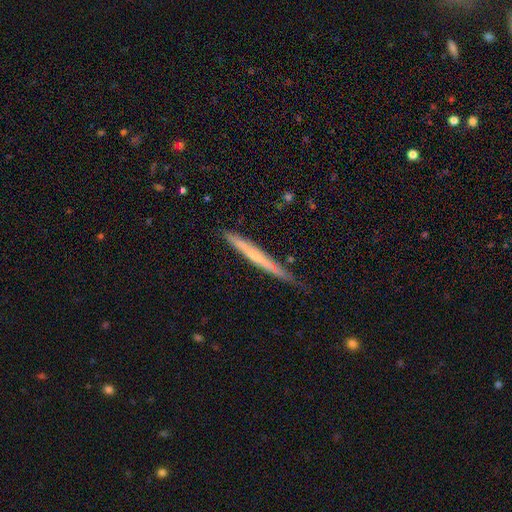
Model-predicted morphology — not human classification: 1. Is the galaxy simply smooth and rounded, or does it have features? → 58% featured or disk, 35% smooth, 7% star or artifact.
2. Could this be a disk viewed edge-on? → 97% yes, 3% no.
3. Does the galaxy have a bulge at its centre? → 61% none, 33% rounded, 5% boxy.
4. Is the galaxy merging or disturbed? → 85% none, 12% minor disturbance, 2% major disturbance, 1% merger.